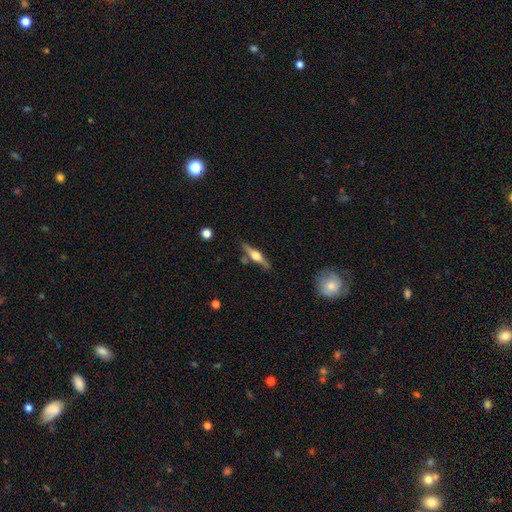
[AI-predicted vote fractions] Morphology: type=featured or disk (70%); edge-on=yes (97%); edge-on bulge=rounded (91%); merging=none (81%).